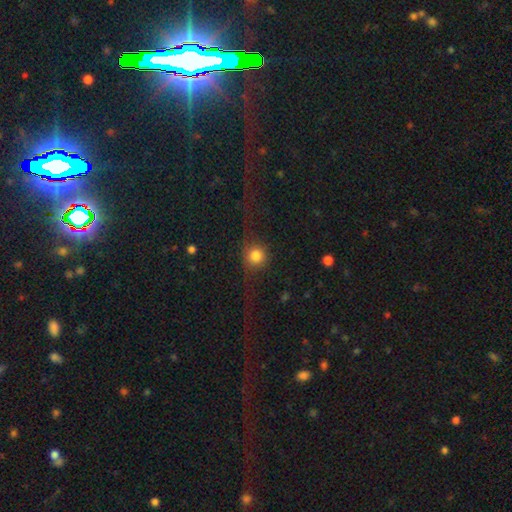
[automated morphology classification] This appears to be a smooth galaxy with no disk features (67%) that is round (90%). Merging: none (58%).